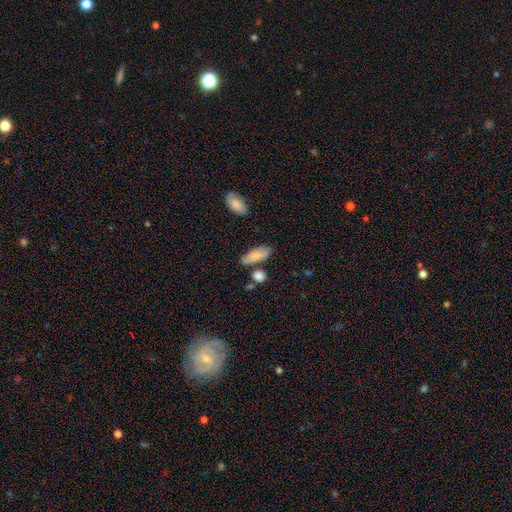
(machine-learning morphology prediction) Q: Smooth or featured?
A: smooth (82%); runner-up: featured or disk (11%)
Q: How rounded?
A: in between (77%); runner-up: cigar-shaped (20%)
Q: Merging?
A: none (71%); runner-up: minor disturbance (16%)